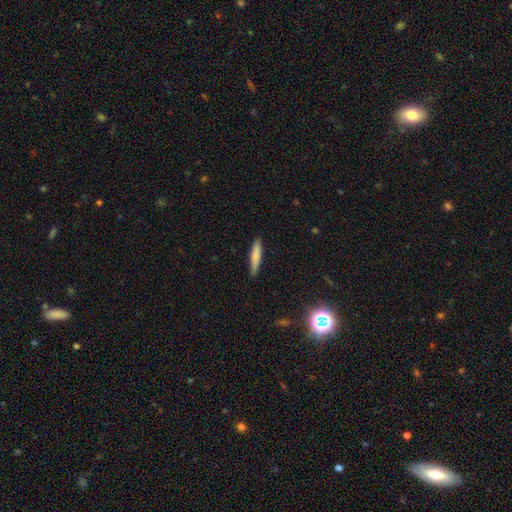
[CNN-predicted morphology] This is likely a smooth galaxy (77%). How rounded: clearly cigar-shaped (89%). Merging: clearly none (87%).